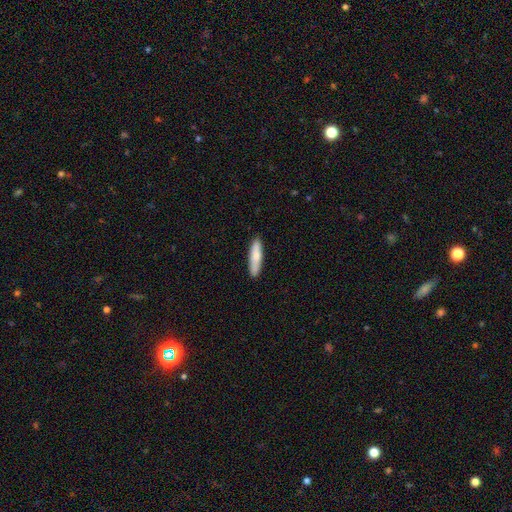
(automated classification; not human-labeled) smooth_or_featured: smooth (p=0.78) [alt: featured or disk p=0.17]
how_rounded: cigar-shaped (p=0.81) [alt: in between p=0.18]
merging: none (p=0.89) [alt: minor disturbance p=0.09]